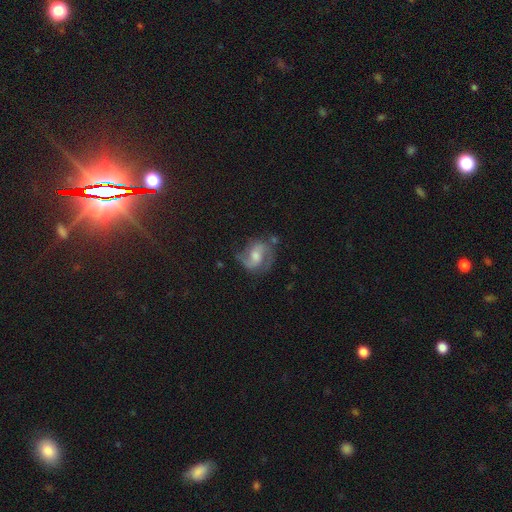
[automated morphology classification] Smooth or featured?
  - featured or disk: 76% *
  - smooth: 16%
  - star or artifact: 7%
Edge-on disk?
  - no: 98% *
  - yes: 2%
Bar?
  - weak: 48% *
  - no: 37%
  - strong: 15%
Spiral arms?
  - yes: 93% *
  - no: 7%
Spiral winding?
  - medium: 53% *
  - loose: 28%
  - tight: 19%
Spiral arm count?
  - 2: 86% *
  - can't tell: 5%
  - 1: 4%
  - 3: 2%
  - 4: 1%
  - more than 4: 1%
Bulge size?
  - moderate: 50% *
  - small: 27%
  - large: 13%
  - none: 8%
  - dominant: 2%
Merging?
  - none: 64% *
  - minor disturbance: 21%
  - major disturbance: 12%
  - merger: 3%